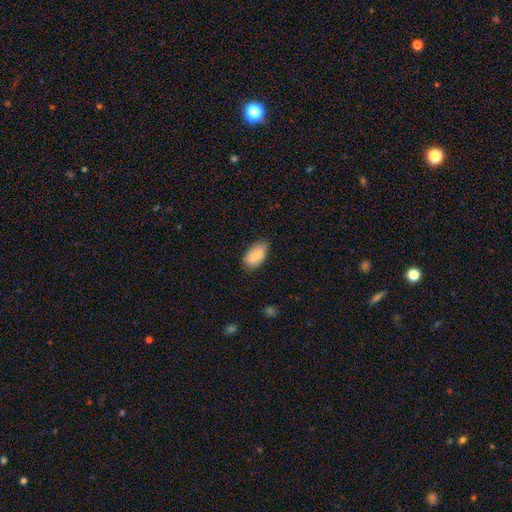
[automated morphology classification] smooth-or-featured: smooth: 83% | featured or disk: 11% | star or artifact: 6%
  how-rounded: in between: 94% | round: 4% | cigar-shaped: 2%
  merging: none: 72% | minor disturbance: 23% | major disturbance: 4% | merger: 1%